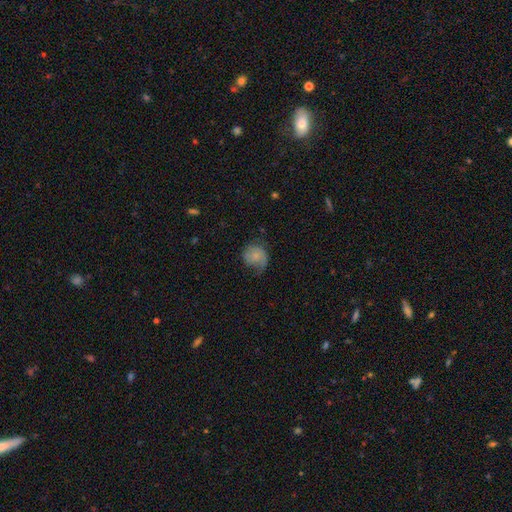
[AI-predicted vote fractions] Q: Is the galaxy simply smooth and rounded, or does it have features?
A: smooth — 61%.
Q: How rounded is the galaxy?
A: round — 72%.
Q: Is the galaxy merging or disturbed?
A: none — 43%.